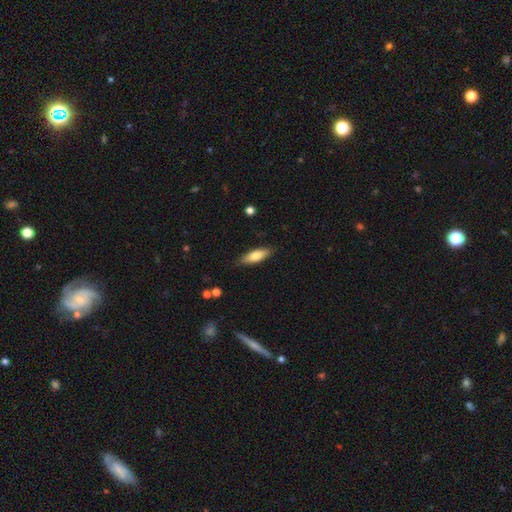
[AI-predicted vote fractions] This is likely a smooth galaxy (71%). How rounded: possibly in between (54%). Merging: clearly none (85%).